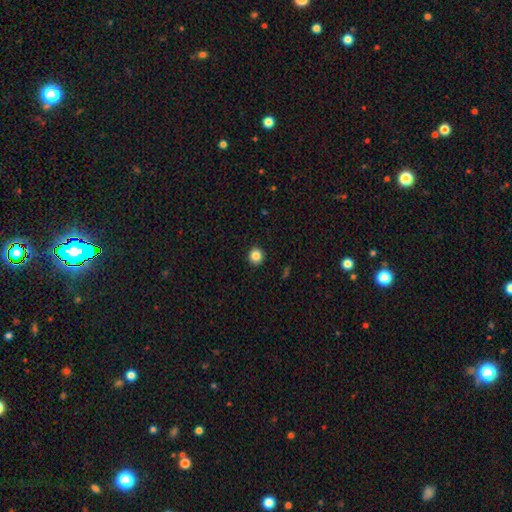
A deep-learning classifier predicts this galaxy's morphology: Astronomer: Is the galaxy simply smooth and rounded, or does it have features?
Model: smooth — 85%.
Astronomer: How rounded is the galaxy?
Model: round — 92%.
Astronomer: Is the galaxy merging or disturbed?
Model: none — 93%.